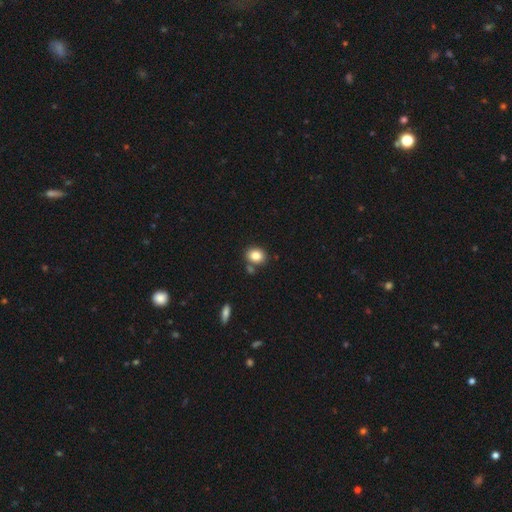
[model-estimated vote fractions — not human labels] smooth-or-featured: smooth: 84% | star or artifact: 9% | featured or disk: 7%
  how-rounded: in between: 51% | round: 48% | cigar-shaped: 1%
  merging: none: 73% | merger: 13% | minor disturbance: 11% | major disturbance: 3%